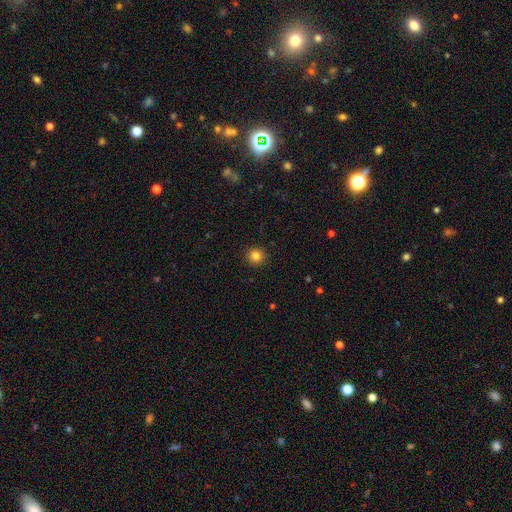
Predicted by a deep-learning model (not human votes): Q: Smooth or featured?
A: smooth (84%); runner-up: star or artifact (12%)
Q: How rounded?
A: round (93%); runner-up: in between (6%)
Q: Merging?
A: none (92%); runner-up: minor disturbance (5%)